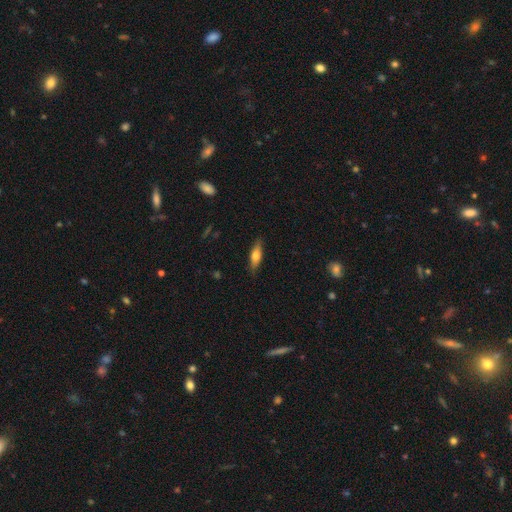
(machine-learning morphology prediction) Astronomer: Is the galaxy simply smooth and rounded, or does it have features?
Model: smooth — 64%.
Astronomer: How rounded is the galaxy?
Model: cigar-shaped — 49%, tied with in between at 49%.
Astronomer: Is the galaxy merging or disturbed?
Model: none — 85%.